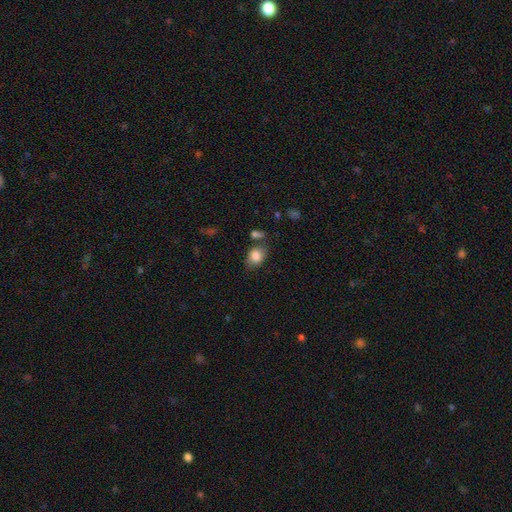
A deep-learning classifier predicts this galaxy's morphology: This appears to be a smooth galaxy with no disk features (84%) that is in between round and cigar-shaped (66%). Merging: none (65%).